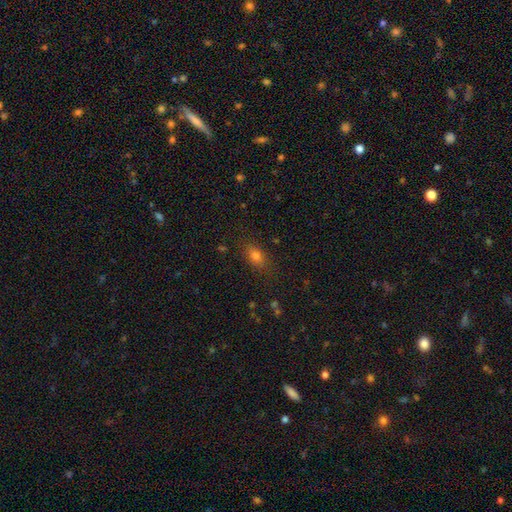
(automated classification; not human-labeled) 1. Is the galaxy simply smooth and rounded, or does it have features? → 74% smooth, 16% star or artifact, 10% featured or disk.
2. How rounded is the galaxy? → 71% in between, 23% round, 7% cigar-shaped.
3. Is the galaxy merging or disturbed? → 81% none, 13% minor disturbance, 4% major disturbance, 2% merger.